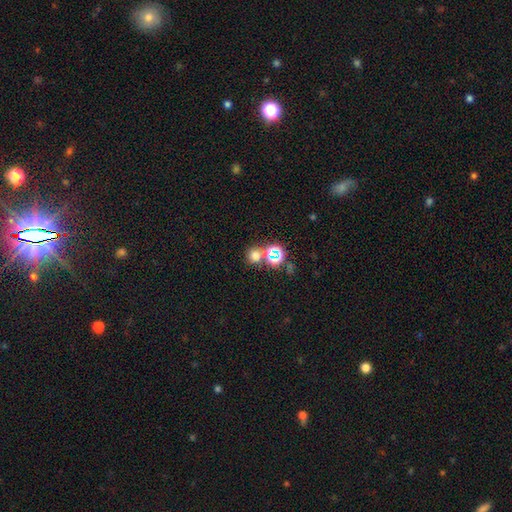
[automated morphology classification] Q: Smooth or featured?
A: smooth (64%); runner-up: star or artifact (29%)
Q: How rounded?
A: round (87%); runner-up: in between (12%)
Q: Merging?
A: none (63%); runner-up: merger (27%)